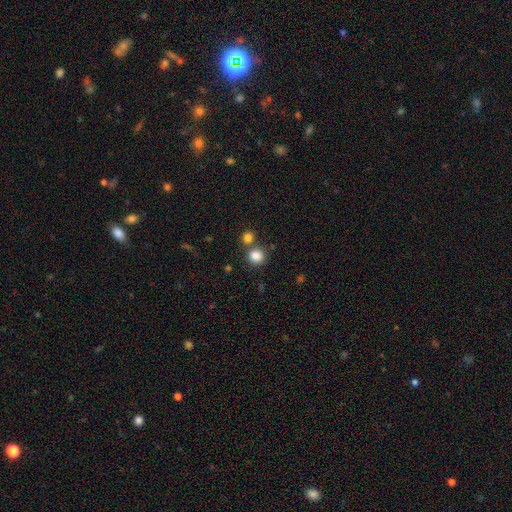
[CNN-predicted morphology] Smooth or featured?
  - smooth: 85% *
  - star or artifact: 11%
  - featured or disk: 5%
How rounded?
  - round: 87% *
  - in between: 12%
  - cigar-shaped: 1%
Merging?
  - none: 70% *
  - merger: 19%
  - minor disturbance: 8%
  - major disturbance: 3%